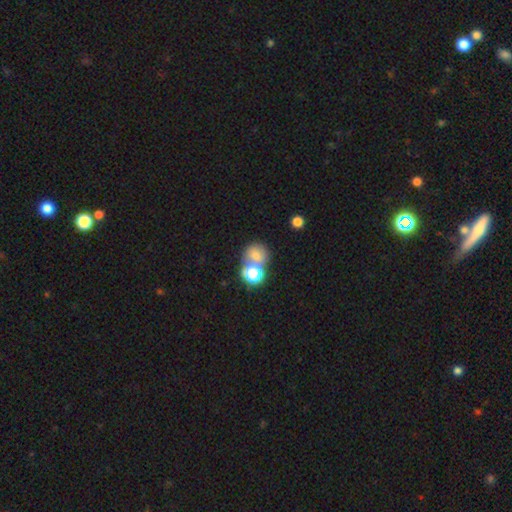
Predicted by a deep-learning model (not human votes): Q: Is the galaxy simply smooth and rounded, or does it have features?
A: smooth — 70%.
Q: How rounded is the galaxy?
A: round — 75%.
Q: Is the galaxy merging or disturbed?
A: merger — 44%.